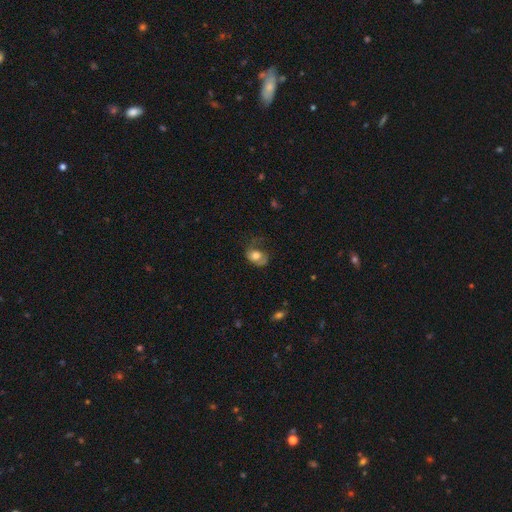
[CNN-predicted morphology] Smooth or featured? Predicted: smooth (p=0.60). How rounded? Predicted: in between (p=0.61). Merging? Predicted: none (p=0.35, tied with major disturbance).